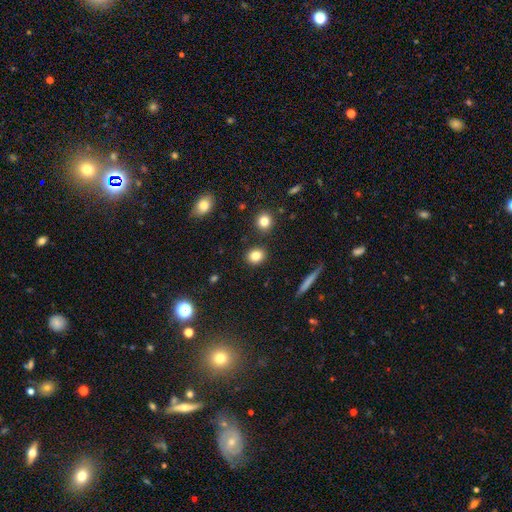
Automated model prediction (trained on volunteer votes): smooth_or_featured: smooth (p=0.84) [alt: star or artifact p=0.10]
how_rounded: round (p=0.66) [alt: in between p=0.32]
merging: none (p=0.88) [alt: minor disturbance p=0.07]